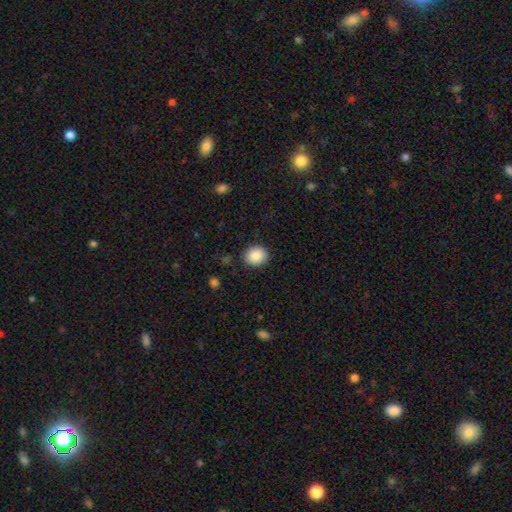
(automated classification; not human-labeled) Smooth or featured: smooth — 89% (star or artifact — 8%)
How rounded: round — 69% (in between — 30%)
Merging: none — 88% (minor disturbance — 8%)